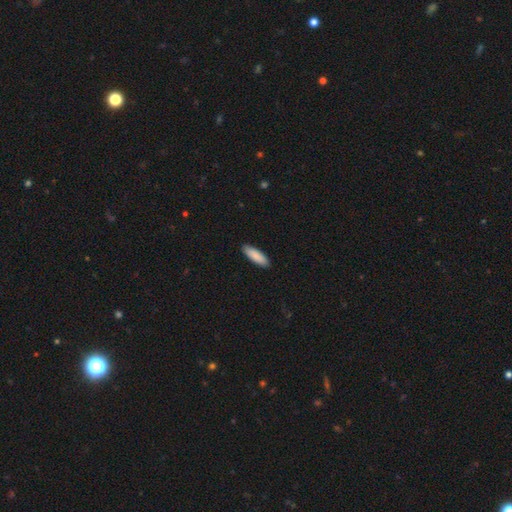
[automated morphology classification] Smooth or featured? smooth (89%)
How rounded? in between (52%)
Merging? none (90%)